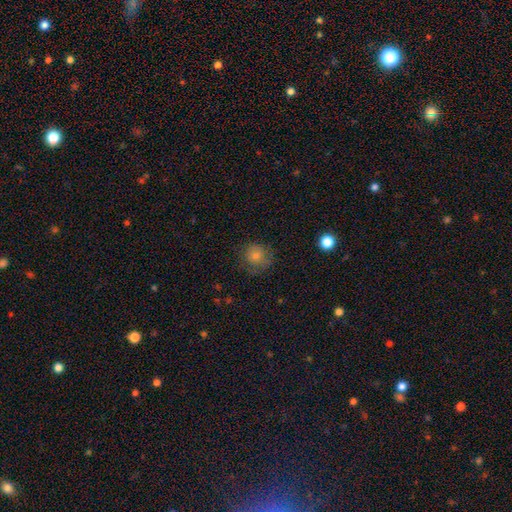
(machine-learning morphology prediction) This is likely a smooth galaxy (72%). How rounded: clearly round (88%). Merging: likely none (74%).